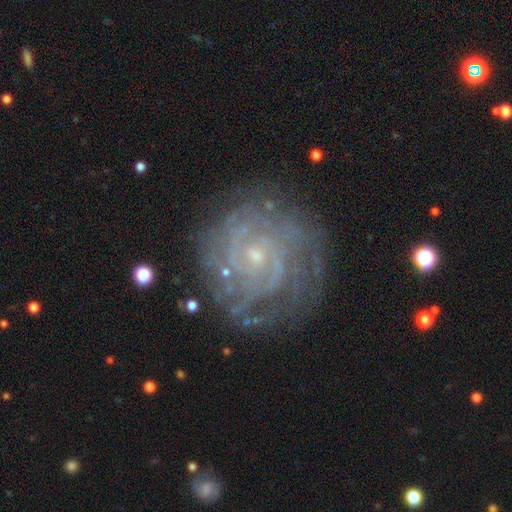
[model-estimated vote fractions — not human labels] A featured or disk galaxy (87%) with no bar (72%), tight (78%) spiral arms (96%) and a small central bulge (79%).

Vote fractions:
- Smooth or featured? featured or disk: 87% / star or artifact: 7% / smooth: 6%
- Edge-on disk? no: 98% / yes: 2%
- Bar? no: 72% / weak: 23% / strong: 6%
- Spiral arms? yes: 96% / no: 4%
- Spiral winding? tight: 78% / medium: 19% / loose: 4%
- Spiral arm count? can't tell: 33% / 2: 18% / 3: 16% / 4: 16% / more than 4: 10% / 1: 7%
- Bulge size? small: 79% / moderate: 16% / none: 3% / large: 1% / dominant: 1%
- Merging? none: 76% / minor disturbance: 15% / major disturbance: 7% / merger: 2%